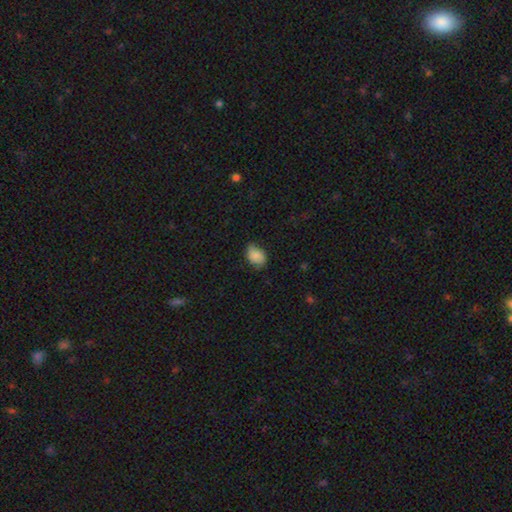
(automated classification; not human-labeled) This appears to be a smooth galaxy with no disk features (78%) that is in between round and cigar-shaped (73%). Merging: none (63%).